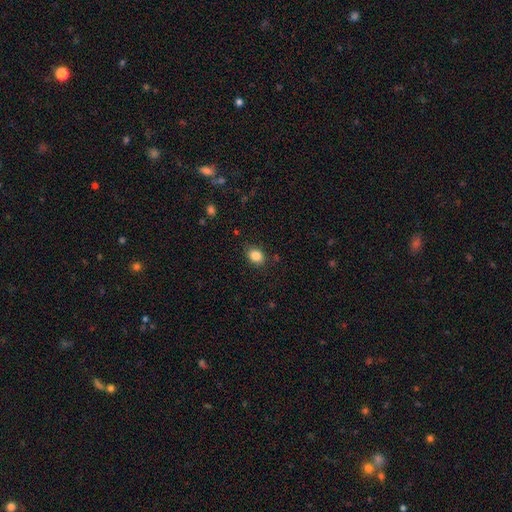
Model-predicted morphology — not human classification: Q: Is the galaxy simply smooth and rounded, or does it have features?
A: smooth — 86%.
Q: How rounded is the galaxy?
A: in between — 60%.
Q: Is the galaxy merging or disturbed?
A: none — 86%.